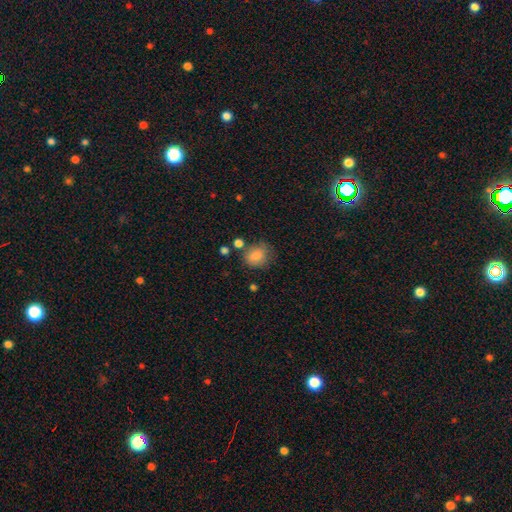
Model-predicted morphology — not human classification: This appears to be a smooth galaxy with no disk features (82%) that is round (62%). Merging: none (64%).